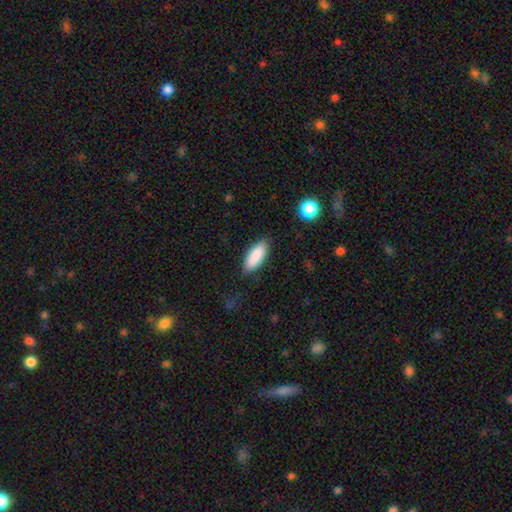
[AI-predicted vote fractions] smooth-or-featured: smooth: 88% | star or artifact: 6% | featured or disk: 6%
  how-rounded: in between: 82% | cigar-shaped: 16% | round: 2%
  merging: none: 84% | minor disturbance: 12% | major disturbance: 3% | merger: 1%